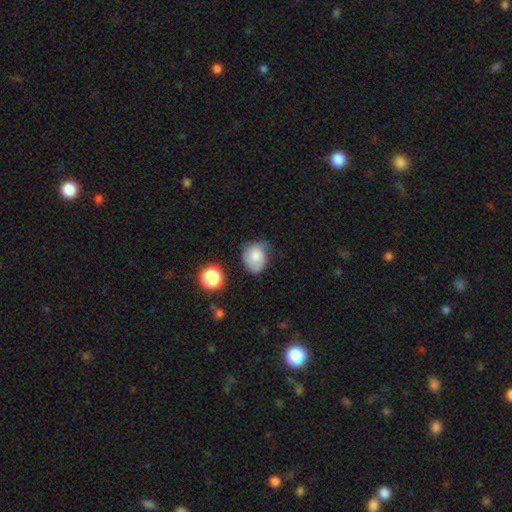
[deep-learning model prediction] smooth 76%, featured or disk 15%, star or artifact 9%. Down the decision tree: how rounded — round (56%); merging — none (46%).